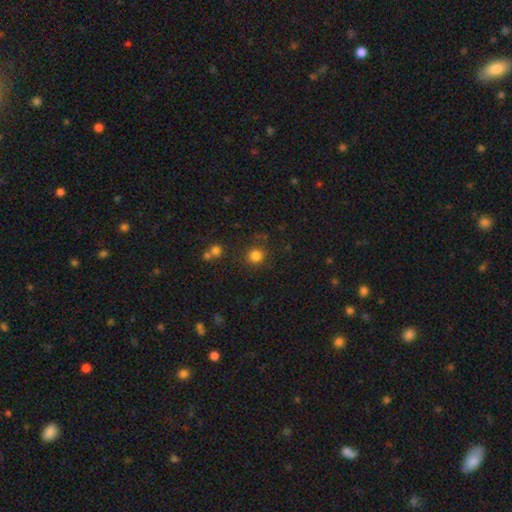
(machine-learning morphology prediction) smooth 81%, star or artifact 14%, featured or disk 5%. Down the decision tree: how rounded — round (92%); merging — none (83%).